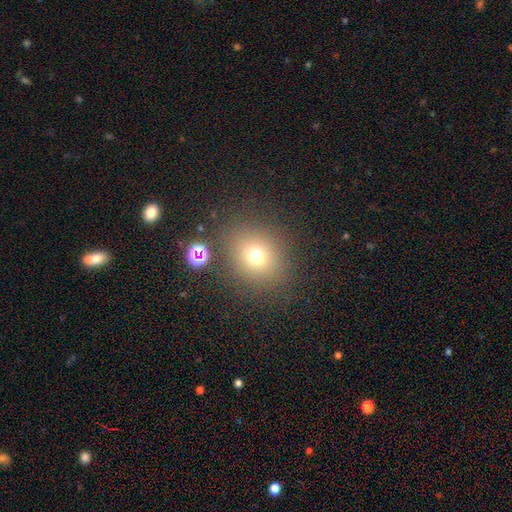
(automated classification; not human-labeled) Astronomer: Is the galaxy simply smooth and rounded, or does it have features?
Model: smooth — 70%.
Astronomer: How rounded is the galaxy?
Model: round — 76%.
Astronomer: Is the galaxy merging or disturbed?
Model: none — 82%.